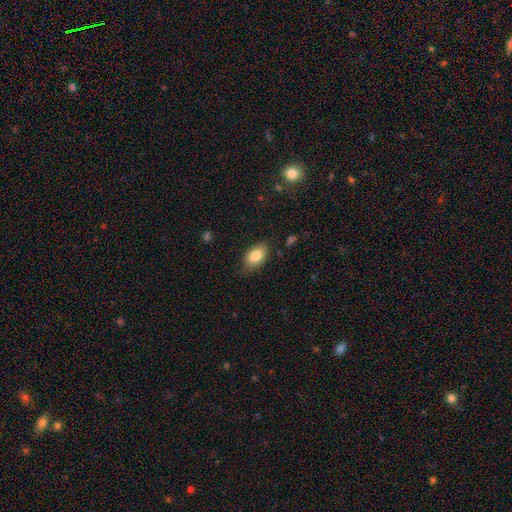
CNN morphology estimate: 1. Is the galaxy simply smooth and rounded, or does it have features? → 83% smooth, 10% featured or disk, 7% star or artifact.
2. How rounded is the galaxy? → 92% in between, 6% round, 2% cigar-shaped.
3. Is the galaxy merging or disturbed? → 78% none, 17% minor disturbance, 4% major disturbance, 1% merger.